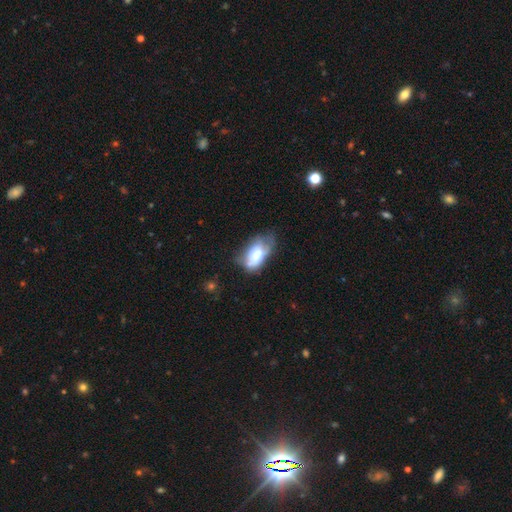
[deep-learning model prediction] Smooth or featured: smooth — 57% (featured or disk — 34%)
How rounded: in between — 90% (round — 7%)
Merging: minor disturbance — 34% (none — 31%)